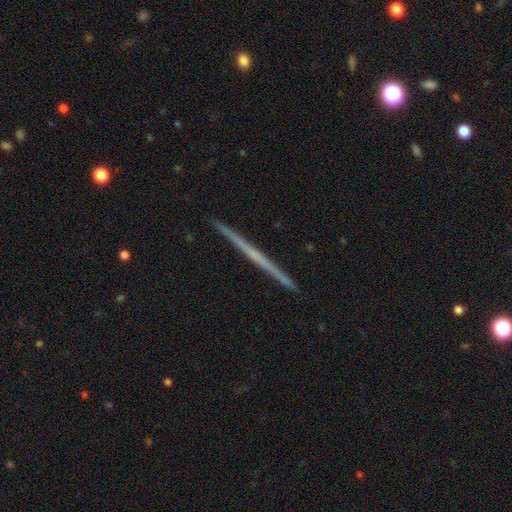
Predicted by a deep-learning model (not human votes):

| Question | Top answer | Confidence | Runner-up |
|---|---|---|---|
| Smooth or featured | featured or disk | 69% | smooth (25%) |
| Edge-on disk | yes | 98% | no (2%) |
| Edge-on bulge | none | 78% | rounded (18%) |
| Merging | none | 93% | minor disturbance (5%) |